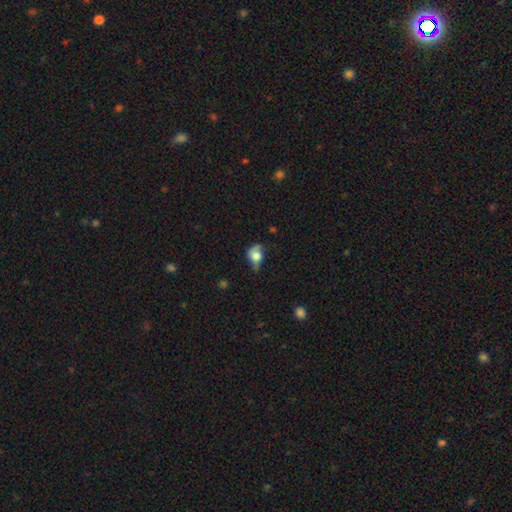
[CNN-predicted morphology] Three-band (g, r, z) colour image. It shows a smooth galaxy with no disk features (58%) that is in between round and cigar-shaped (64%). Merging: minor disturbance (35%).